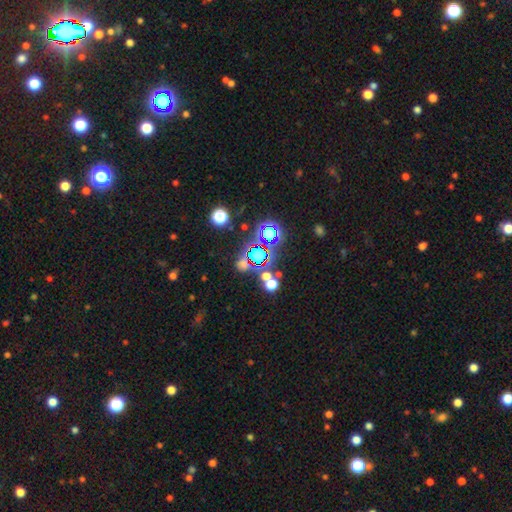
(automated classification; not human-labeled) Smooth or featured: star or artifact — 63% (smooth — 27%)